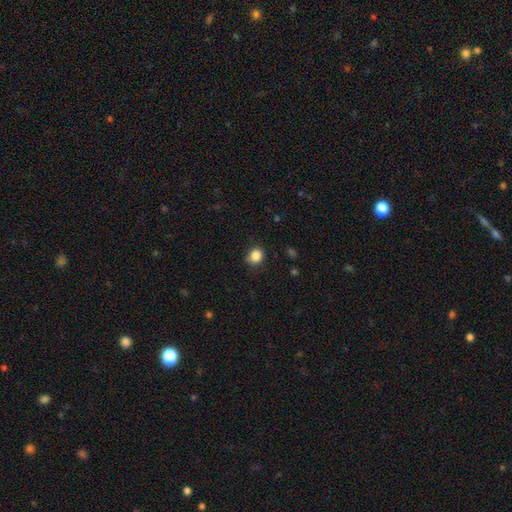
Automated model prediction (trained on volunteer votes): smooth-or-featured: smooth: 86% | star or artifact: 10% | featured or disk: 4%
  how-rounded: round: 71% | in between: 28% | cigar-shaped: 1%
  merging: none: 84% | minor disturbance: 13% | major disturbance: 3% | merger: 1%